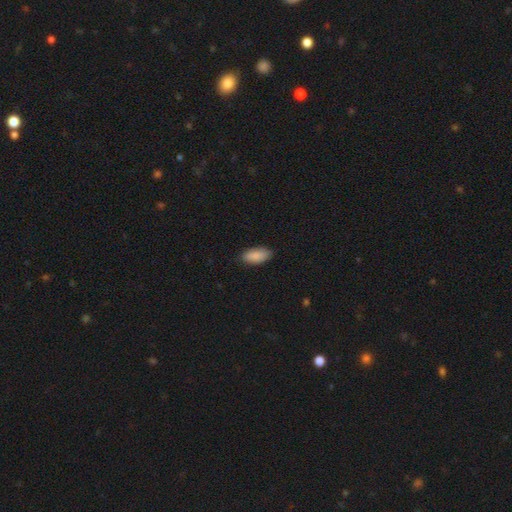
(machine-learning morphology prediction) Overall: smooth (89%). How rounded: in between (91%). Merging: none (85%).